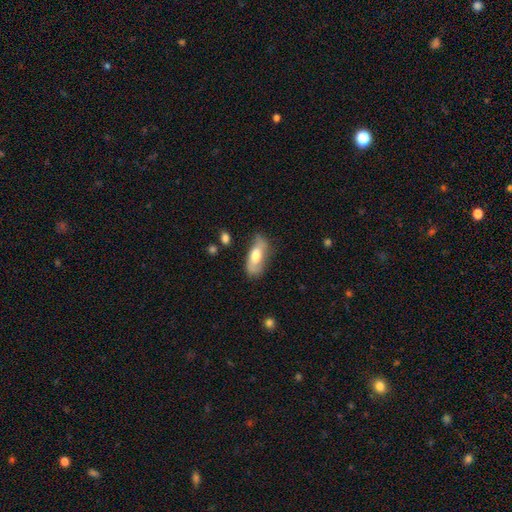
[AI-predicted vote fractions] Smooth or featured: smooth — 56% (featured or disk — 38%)
How rounded: in between — 77% (cigar-shaped — 20%)
Merging: none — 64% (minor disturbance — 26%)